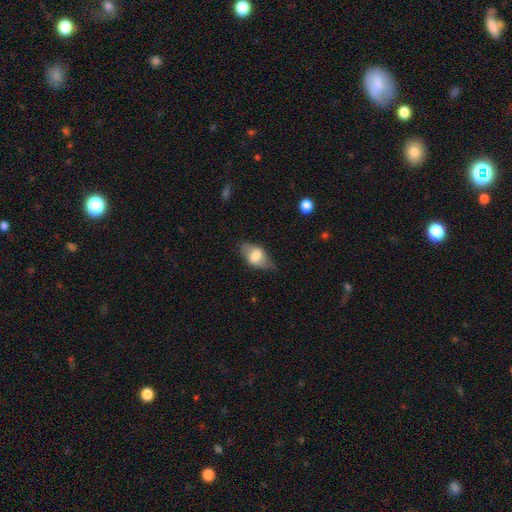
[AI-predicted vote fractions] smooth-or-featured: smooth: 61% | featured or disk: 31% | star or artifact: 7%
  how-rounded: in between: 86% | round: 8% | cigar-shaped: 6%
  merging: none: 64% | minor disturbance: 25% | major disturbance: 9% | merger: 1%